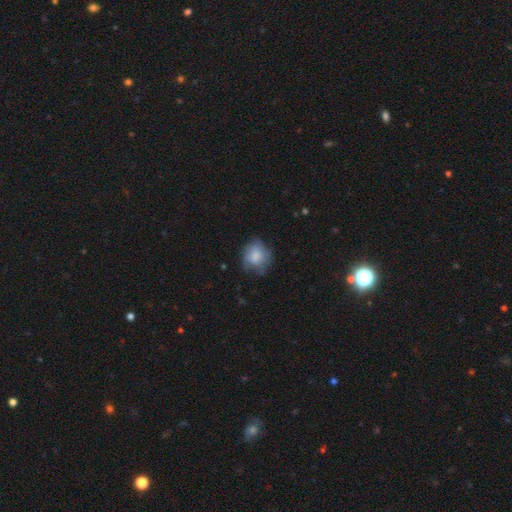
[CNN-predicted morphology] Smooth or featured: smooth — 77% (featured or disk — 15%)
How rounded: round — 77% (in between — 22%)
Merging: none — 62% (minor disturbance — 27%)